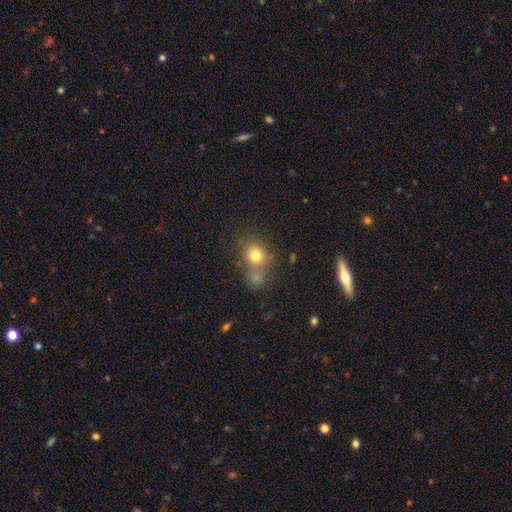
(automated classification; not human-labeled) smooth 76%, star or artifact 13%, featured or disk 11%. Down the decision tree: how rounded — round (76%); merging — none (50%).